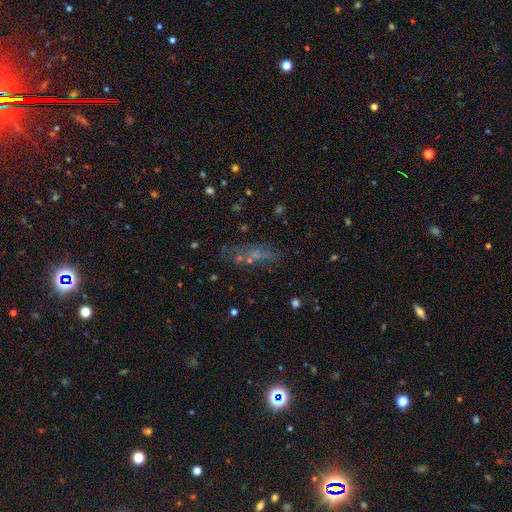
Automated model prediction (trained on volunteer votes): This is marginally a smooth galaxy (35%). Merging: likely none (61%).